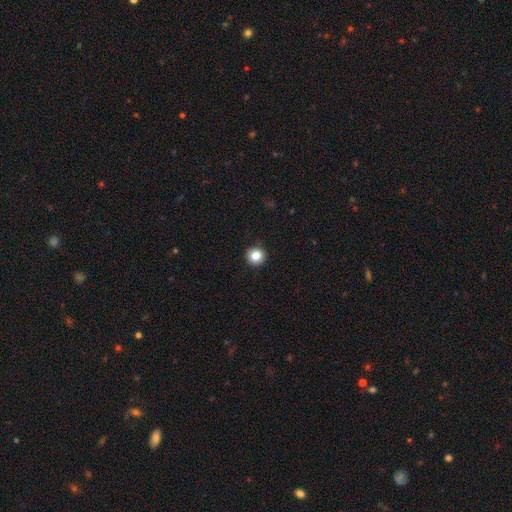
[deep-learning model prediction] Smooth or featured? smooth (85%)
How rounded? round (94%)
Merging? none (92%)